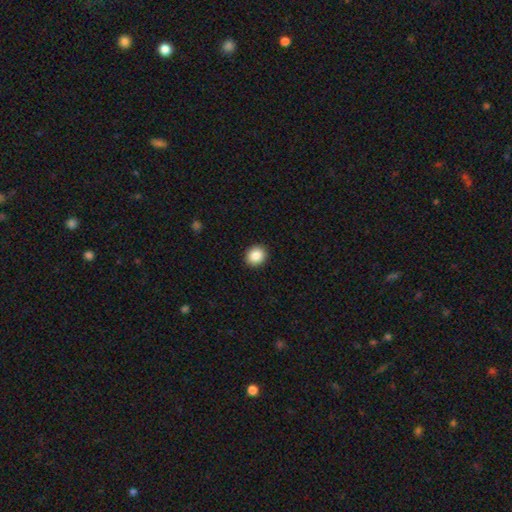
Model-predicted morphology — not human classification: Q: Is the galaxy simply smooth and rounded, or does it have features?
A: smooth — 87%.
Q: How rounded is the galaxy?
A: round — 72%.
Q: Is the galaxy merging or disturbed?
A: none — 92%.